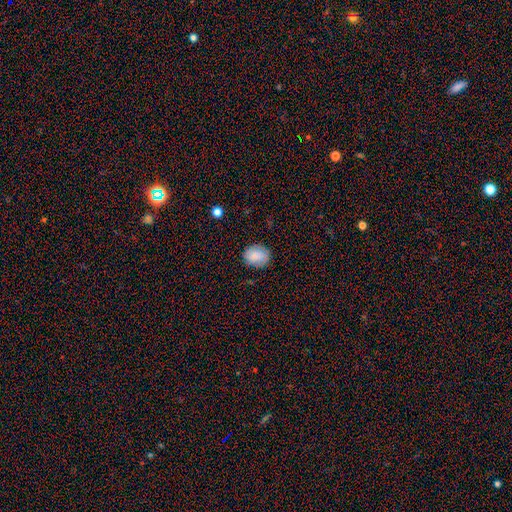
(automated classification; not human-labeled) The model was most divided on "how rounded": round: 51%, in between: 48%, cigar-shaped: 1%. More confident: smooth or featured — smooth (83%); merging — none (81%).